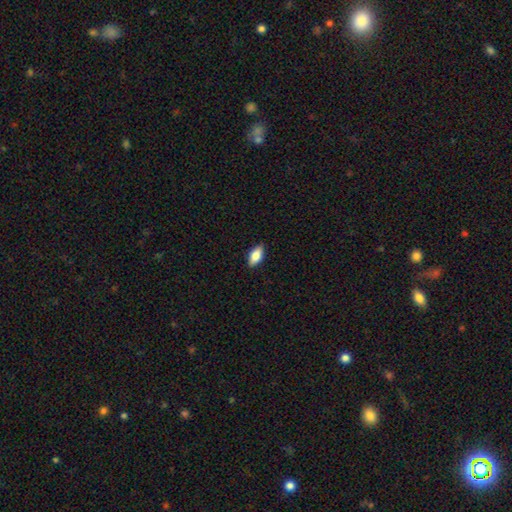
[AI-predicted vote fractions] A smooth galaxy with no disk features (79%) that is in between round and cigar-shaped (87%).

Vote fractions:
- Smooth or featured? smooth: 79% / featured or disk: 14% / star or artifact: 7%
- How rounded? in between: 87% / cigar-shaped: 10% / round: 3%
- Merging? none: 87% / minor disturbance: 10% / major disturbance: 2% / merger: 1%